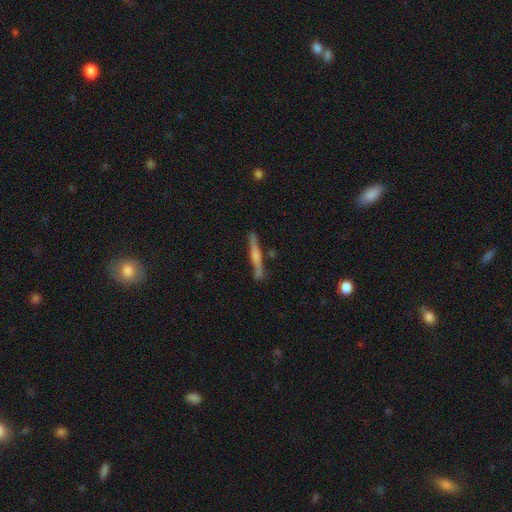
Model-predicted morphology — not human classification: Smooth or featured? featured or disk (60%)
Edge-on disk? yes (94%)
Edge-on bulge? rounded (68%)
Merging? none (82%)